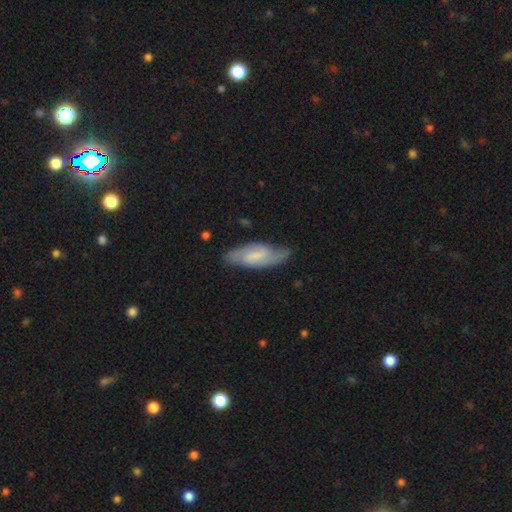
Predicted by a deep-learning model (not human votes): This is likely a featured or disk galaxy (69%). It is clearly not viewed edge-on (89%). Bar: possibly weak (52%). Spiral arm pattern: clearly yes (92%). Spiral arm count: clearly 2 (85%). Spiral winding: possibly medium (47%). Central bulge: marginally small (36%). Merging: likely none (78%).